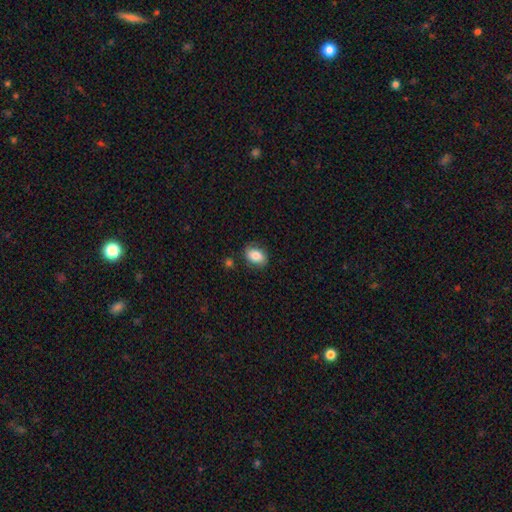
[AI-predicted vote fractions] Overall: smooth (80%). How rounded: in between (82%). Merging: none (79%).